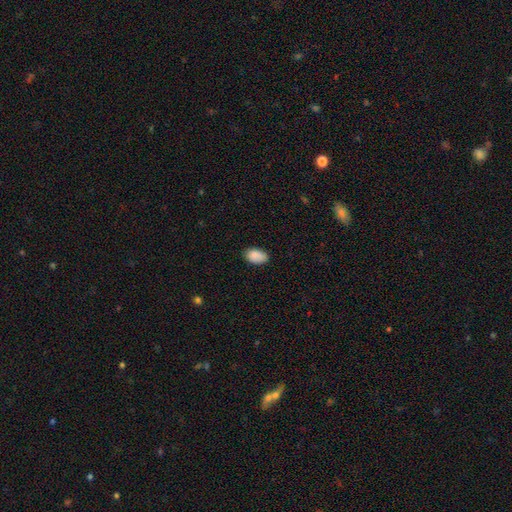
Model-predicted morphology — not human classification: Smooth or featured? Predicted: smooth (p=0.88). How rounded? Predicted: in between (p=0.92). Merging? Predicted: none (p=0.79).